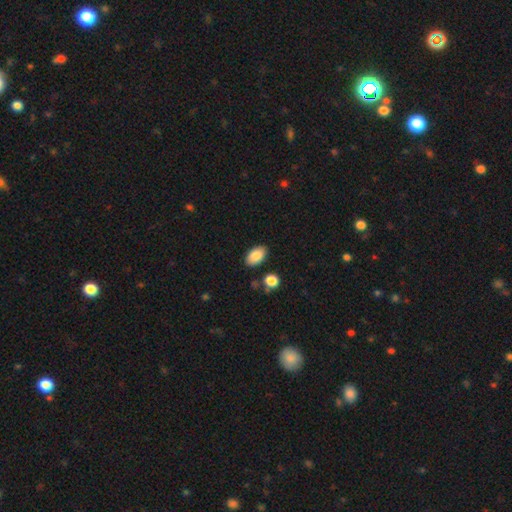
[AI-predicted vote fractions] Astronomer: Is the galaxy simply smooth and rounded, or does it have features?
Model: smooth — 87%.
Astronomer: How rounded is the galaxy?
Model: in between — 93%.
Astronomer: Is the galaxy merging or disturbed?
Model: none — 84%.